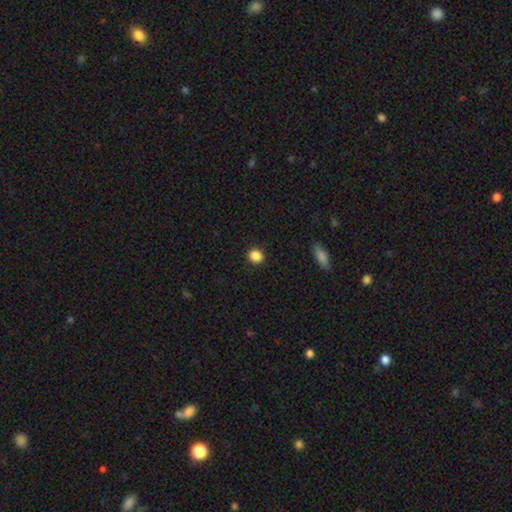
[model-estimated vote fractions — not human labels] smooth 87%, star or artifact 10%, featured or disk 3%. Down the decision tree: how rounded — round (83%); merging — none (91%).